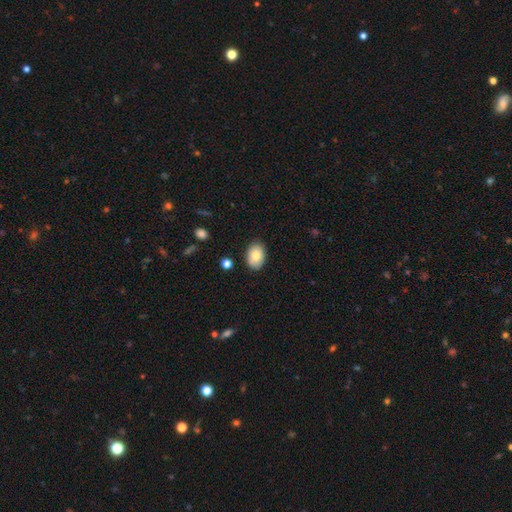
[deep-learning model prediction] This is clearly a smooth galaxy (80%). How rounded: clearly in between (85%). Merging: clearly none (84%).